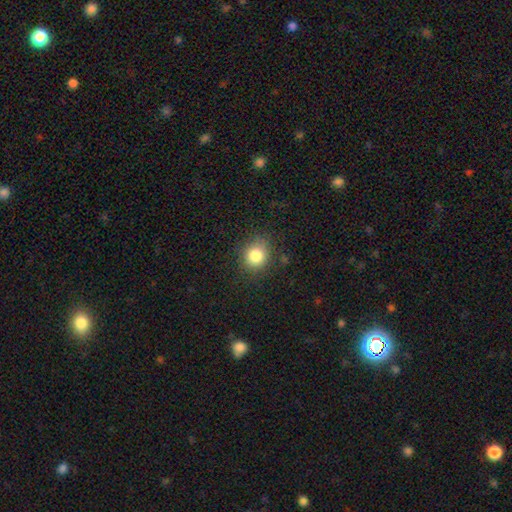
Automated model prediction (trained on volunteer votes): A smooth galaxy with no disk features (83%) that is round (77%). Merging: none (82%).